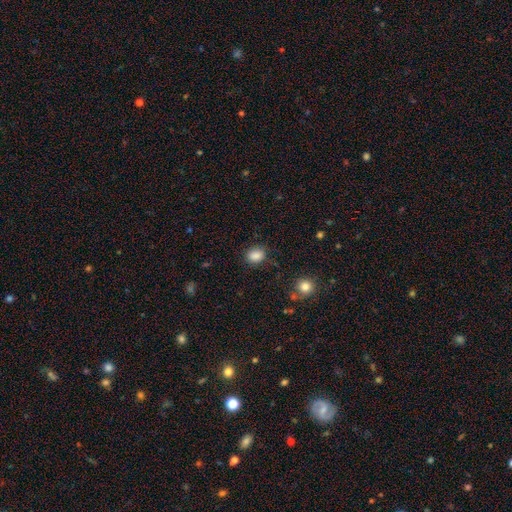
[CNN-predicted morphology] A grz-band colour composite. It shows a smooth galaxy with no disk features (86%) that is in between round and cigar-shaped (52%). Merging: none (82%).